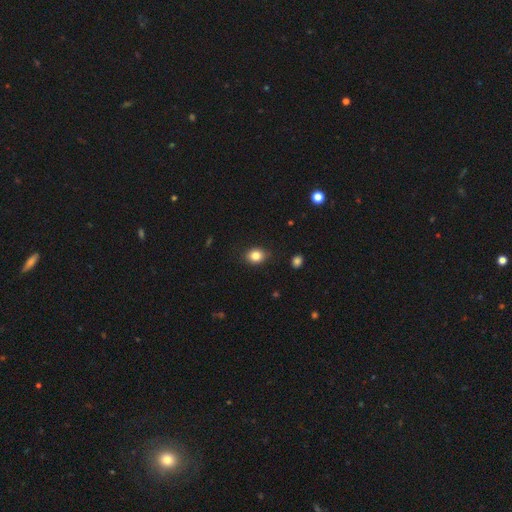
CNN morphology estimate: Smooth or featured?
  - smooth: 84% *
  - star or artifact: 10%
  - featured or disk: 6%
How rounded?
  - round: 55% *
  - in between: 44%
  - cigar-shaped: 1%
Merging?
  - none: 86% *
  - minor disturbance: 11%
  - major disturbance: 2%
  - merger: 1%